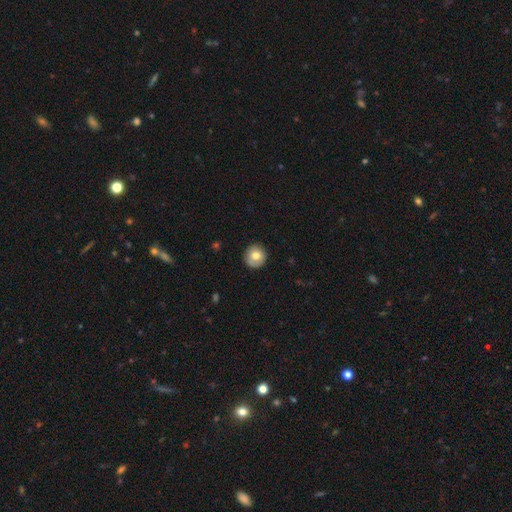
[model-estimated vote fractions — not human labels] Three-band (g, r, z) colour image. It shows a smooth galaxy with no disk features (74%) that is round (93%). Merging: none (87%).